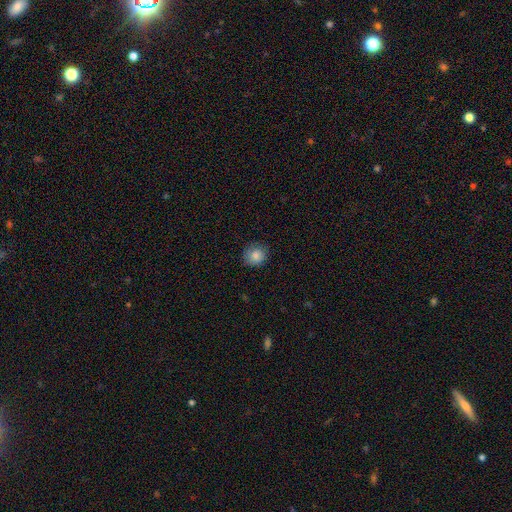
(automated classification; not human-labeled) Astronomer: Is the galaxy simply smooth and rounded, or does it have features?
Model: smooth — 85%.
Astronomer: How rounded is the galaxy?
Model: round — 84%.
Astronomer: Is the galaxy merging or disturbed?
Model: none — 85%.